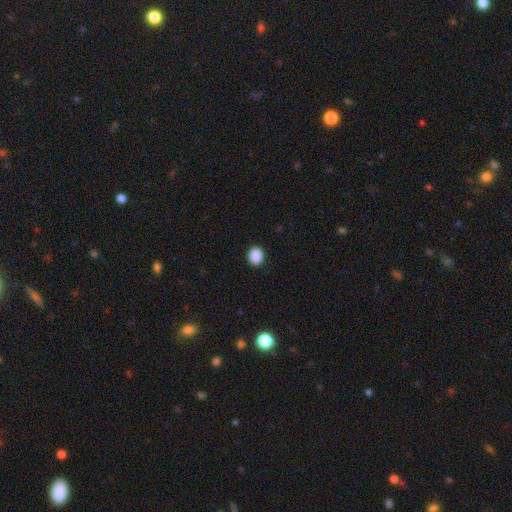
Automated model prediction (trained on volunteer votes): Overall: smooth (89%). How rounded: round (71%). Merging: none (90%).